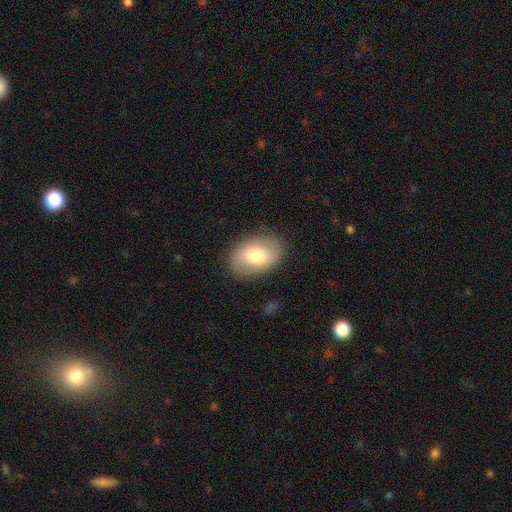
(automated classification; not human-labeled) This appears to be a smooth galaxy with no disk features (67%) that is in between round and cigar-shaped (86%). Merging: none (83%).